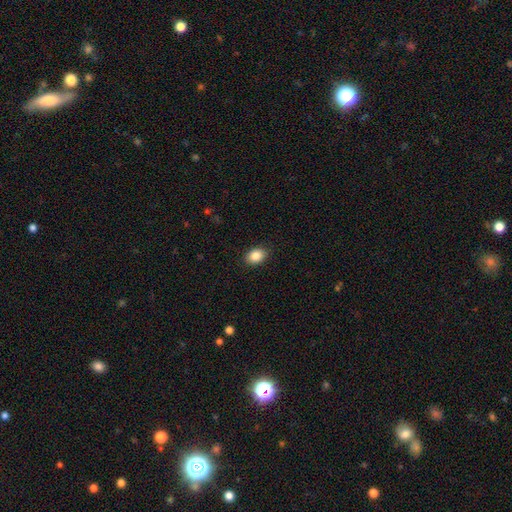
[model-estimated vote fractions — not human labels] smooth-or-featured: smooth: 87% | star or artifact: 8% | featured or disk: 5%
  how-rounded: in between: 75% | round: 24% | cigar-shaped: 1%
  merging: none: 89% | minor disturbance: 8% | major disturbance: 2% | merger: 1%